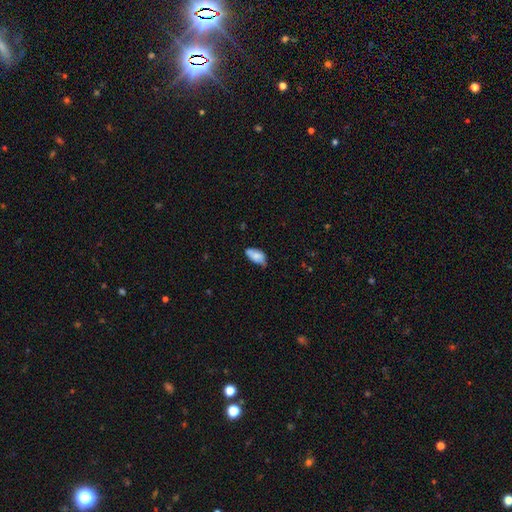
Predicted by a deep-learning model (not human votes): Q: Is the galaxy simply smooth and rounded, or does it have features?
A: smooth — 73%.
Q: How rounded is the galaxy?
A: in between — 92%.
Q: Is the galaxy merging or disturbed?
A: none — 50%.